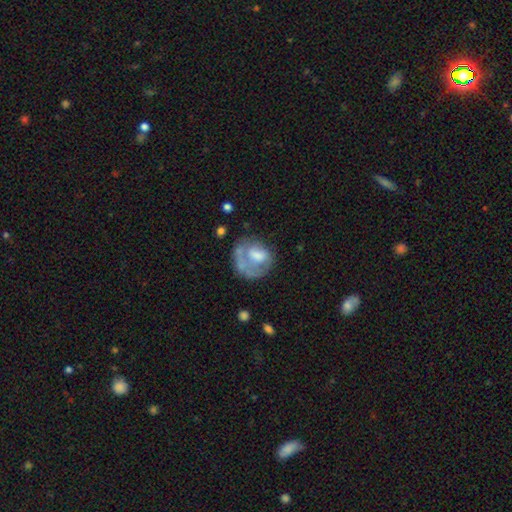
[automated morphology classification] Smooth or featured?
  - featured or disk: 50% *
  - smooth: 42%
  - star or artifact: 8%
Merging?
  - none: 43% *
  - major disturbance: 29%
  - minor disturbance: 22%
  - merger: 7%